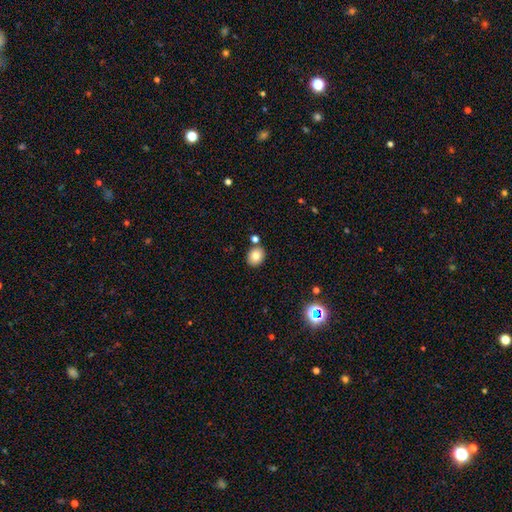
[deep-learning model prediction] This is clearly a smooth galaxy (81%). How rounded: possibly round (59%). Merging: likely none (80%).